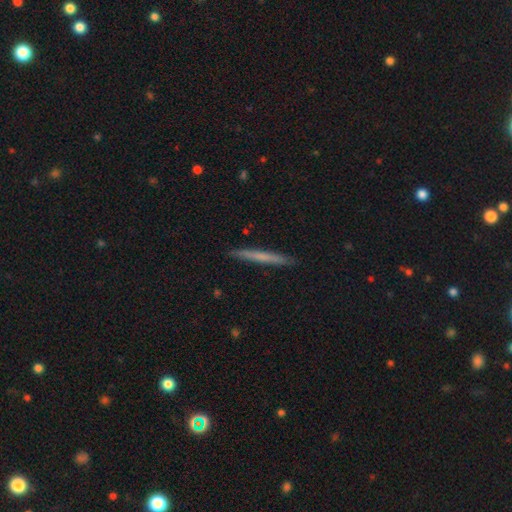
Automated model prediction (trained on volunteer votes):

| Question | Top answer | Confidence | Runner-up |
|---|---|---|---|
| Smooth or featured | smooth | 58% | featured or disk (36%) |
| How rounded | cigar-shaped | 97% | in between (2%) |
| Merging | none | 92% | minor disturbance (6%) |